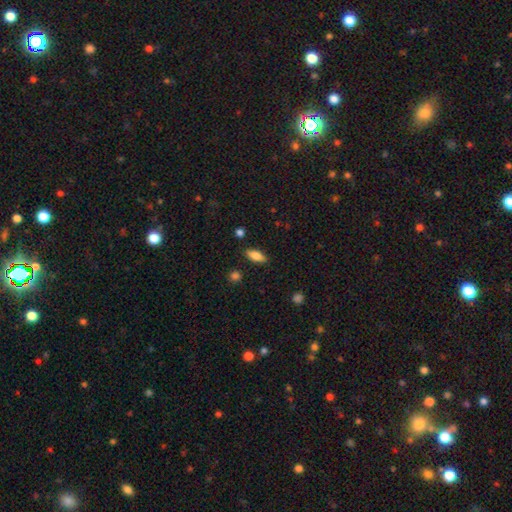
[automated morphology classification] smooth_or_featured: smooth (p=0.80) [alt: featured or disk p=0.13]
how_rounded: in between (p=0.76) [alt: cigar-shaped p=0.21]
merging: none (p=0.85) [alt: minor disturbance p=0.10]